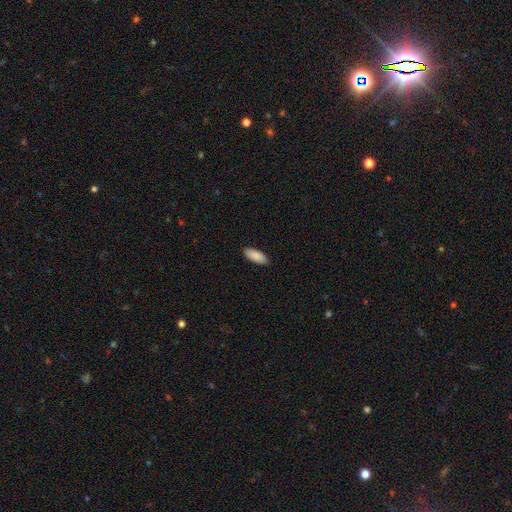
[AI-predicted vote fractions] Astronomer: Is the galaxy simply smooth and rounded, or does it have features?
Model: smooth — 90%.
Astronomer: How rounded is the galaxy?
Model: in between — 82%.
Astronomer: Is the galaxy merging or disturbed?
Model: none — 89%.